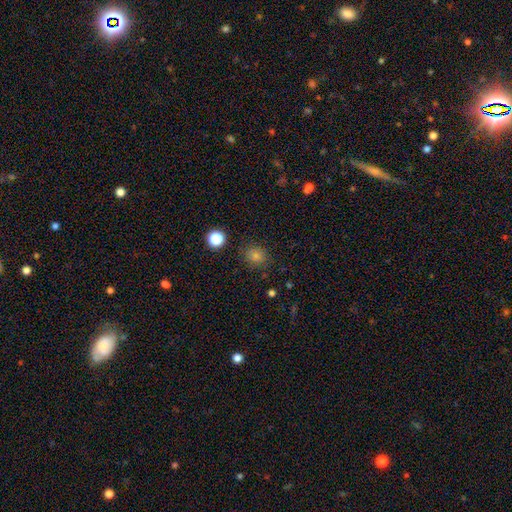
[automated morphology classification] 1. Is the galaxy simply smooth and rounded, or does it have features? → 76% smooth, 18% star or artifact, 6% featured or disk.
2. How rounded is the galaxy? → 75% round, 24% in between, 1% cigar-shaped.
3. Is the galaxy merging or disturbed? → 86% none, 10% minor disturbance, 3% major disturbance, 2% merger.